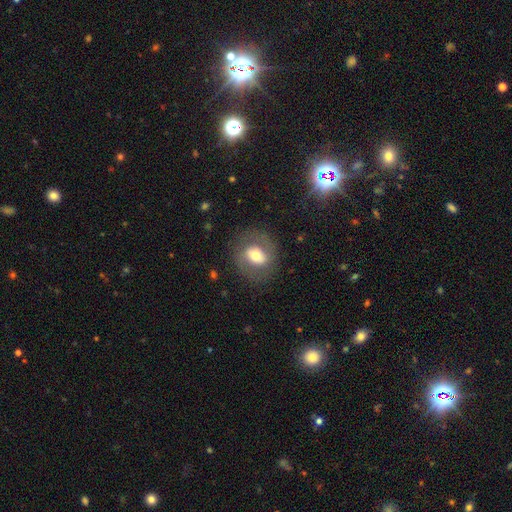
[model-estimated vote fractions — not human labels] Smooth or featured?
  - featured or disk: 48% *
  - smooth: 44%
  - star or artifact: 8%
Merging?
  - none: 79% *
  - minor disturbance: 12%
  - major disturbance: 8%
  - merger: 1%